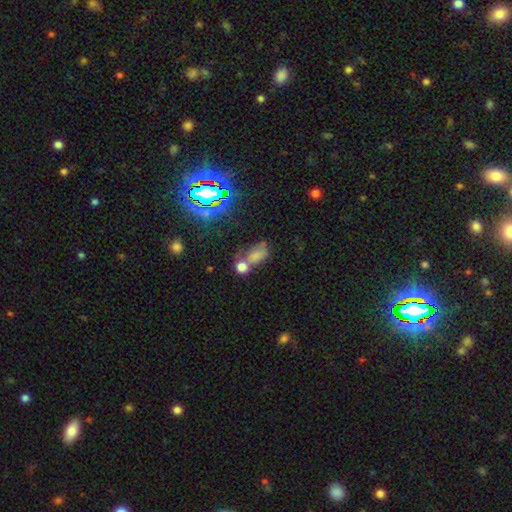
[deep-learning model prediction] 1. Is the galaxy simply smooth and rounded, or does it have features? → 59% smooth, 25% star or artifact, 16% featured or disk.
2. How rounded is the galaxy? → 77% in between, 20% round, 3% cigar-shaped.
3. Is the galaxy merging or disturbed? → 46% merger, 28% none, 15% minor disturbance, 11% major disturbance.